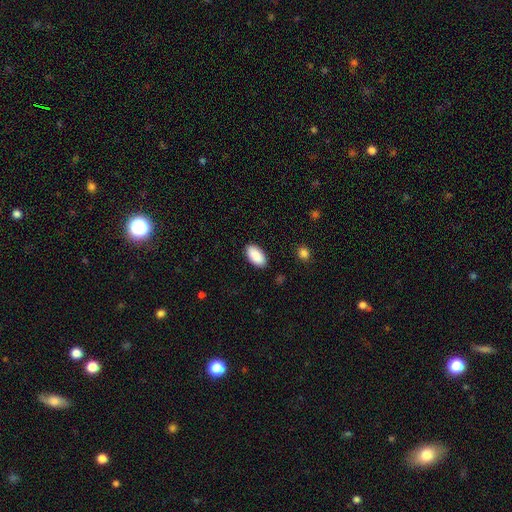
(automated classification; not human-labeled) Smooth or featured? Predicted: smooth (p=0.91). How rounded? Predicted: in between (p=0.96). Merging? Predicted: none (p=0.89).